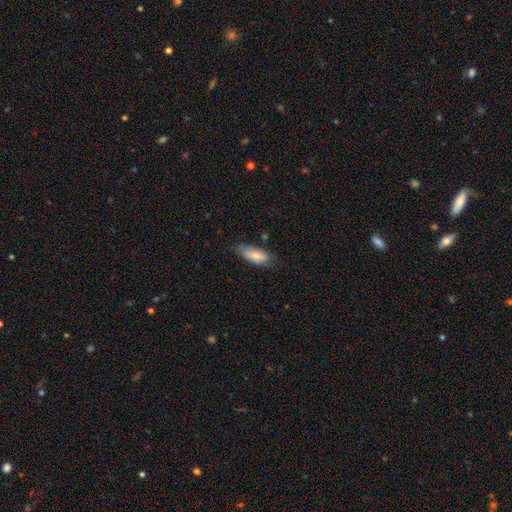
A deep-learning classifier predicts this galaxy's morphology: Smooth or featured? smooth (76%)
How rounded? in between (77%)
Merging? none (67%)